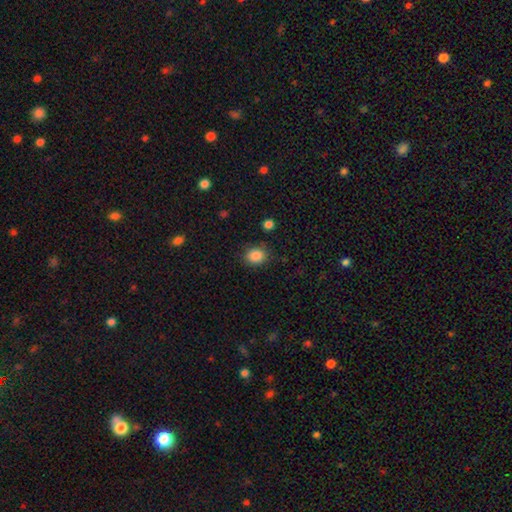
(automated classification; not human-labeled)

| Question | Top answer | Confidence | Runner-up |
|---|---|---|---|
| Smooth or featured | smooth | 86% | star or artifact (9%) |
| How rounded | round | 66% | in between (33%) |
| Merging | none | 83% | minor disturbance (11%) |